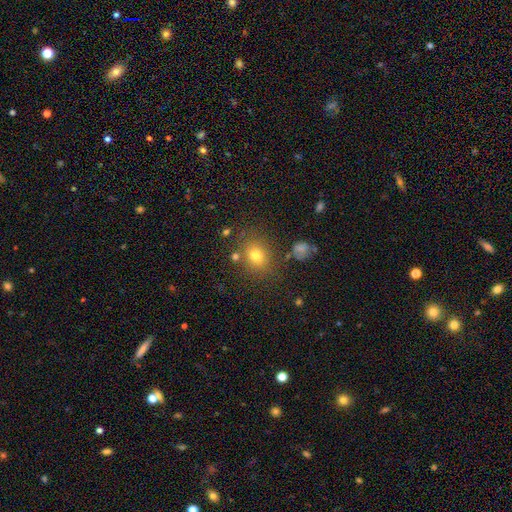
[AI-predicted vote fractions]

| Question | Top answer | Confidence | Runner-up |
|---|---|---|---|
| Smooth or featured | smooth | 74% | star or artifact (15%) |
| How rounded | round | 55% | in between (44%) |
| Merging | none | 77% | minor disturbance (12%) |